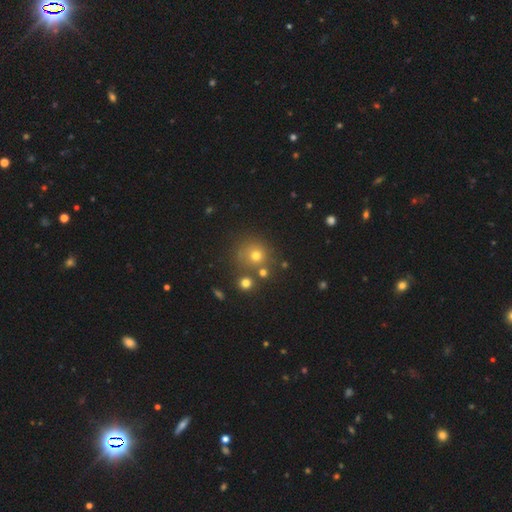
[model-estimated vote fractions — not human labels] A smooth galaxy with no disk features (69%) that is round (91%).

Vote fractions:
- Smooth or featured? smooth: 69% / star or artifact: 20% / featured or disk: 11%
- How rounded? round: 91% / in between: 8% / cigar-shaped: 1%
- Merging? none: 72% / merger: 13% / minor disturbance: 11% / major disturbance: 4%